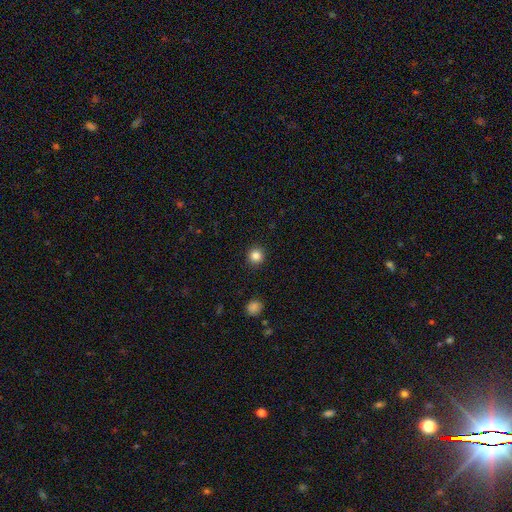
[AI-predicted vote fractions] This appears to be a smooth galaxy with no disk features (84%) that is round (94%). Merging: none (93%).